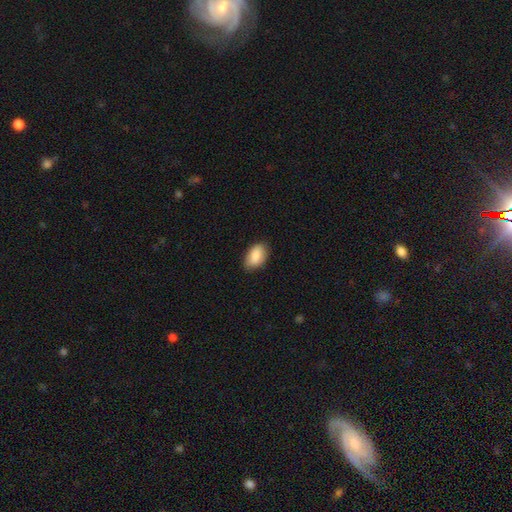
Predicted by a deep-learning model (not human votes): smooth 88%, star or artifact 6%, featured or disk 6%. Down the decision tree: how rounded — in between (92%); merging — none (82%).